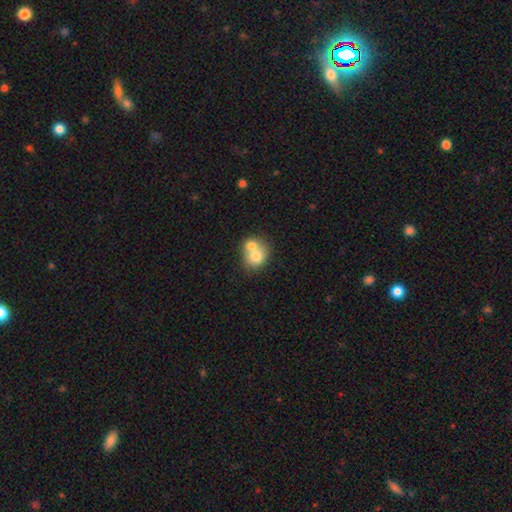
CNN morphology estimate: The model was most divided on "merging": merger: 65%, none: 27%, minor disturbance: 6%, major disturbance: 2%. More confident: how rounded — round (72%); smooth or featured — smooth (71%).